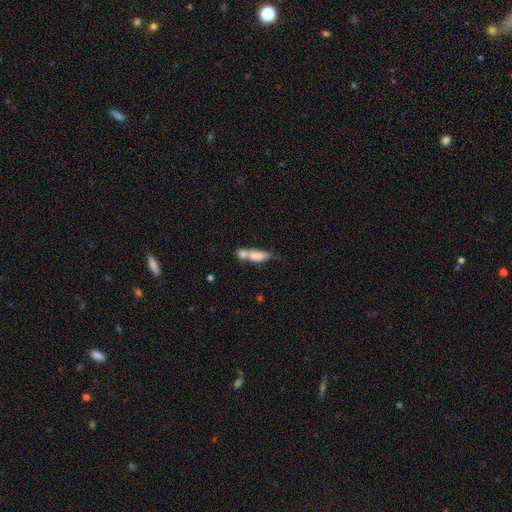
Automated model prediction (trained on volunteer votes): Smooth or featured? smooth (70%)
How rounded? in between (61%)
Merging? merger (59%)